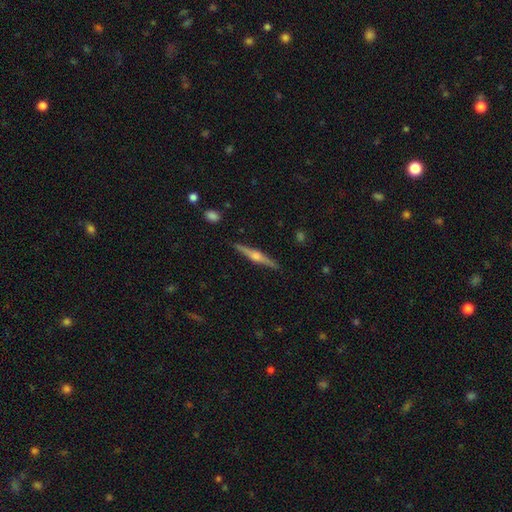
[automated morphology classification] featured or disk 79%, smooth 16%, star or artifact 6%. Down the decision tree: edge-on disk — yes (98%); edge-on bulge — rounded (91%); merging — none (91%).